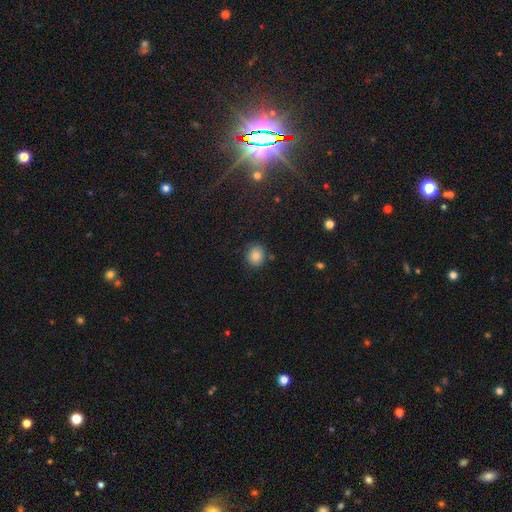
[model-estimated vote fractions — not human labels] smooth-or-featured: smooth: 83% | star or artifact: 11% | featured or disk: 6%
  how-rounded: round: 78% | in between: 21% | cigar-shaped: 1%
  merging: none: 84% | minor disturbance: 11% | major disturbance: 3% | merger: 2%